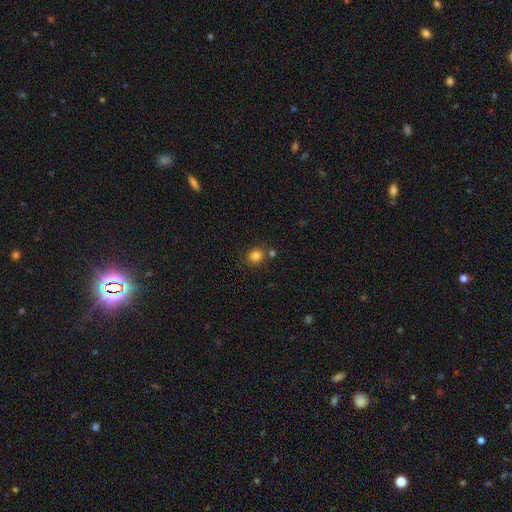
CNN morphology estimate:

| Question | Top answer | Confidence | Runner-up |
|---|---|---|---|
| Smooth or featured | smooth | 82% | star or artifact (12%) |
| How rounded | round | 78% | in between (21%) |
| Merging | none | 74% | merger (12%) |